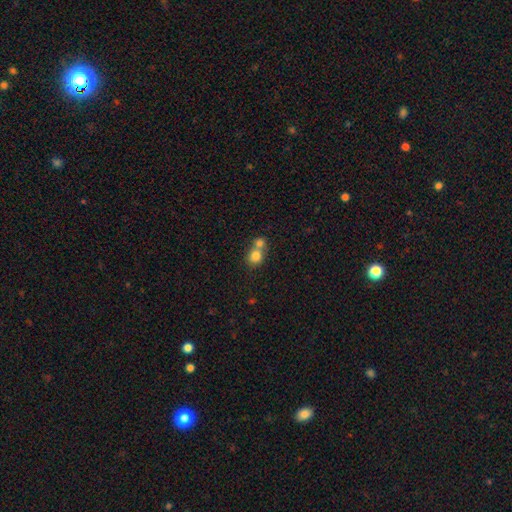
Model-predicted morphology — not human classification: Smooth or featured? smooth (80%)
How rounded? round (82%)
Merging? merger (58%)